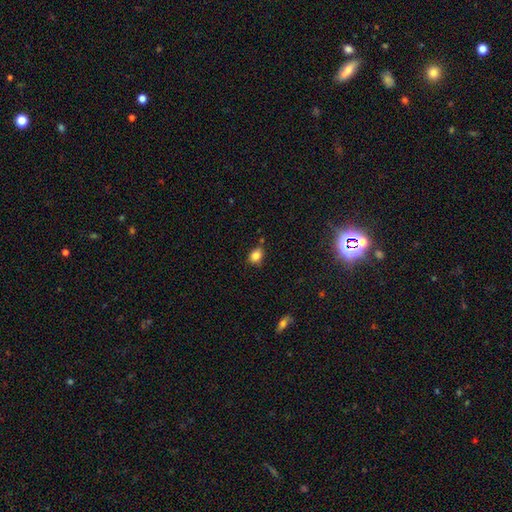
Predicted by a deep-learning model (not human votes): A smooth galaxy with no disk features (84%) that is in between round and cigar-shaped (62%). Merging: none (68%).